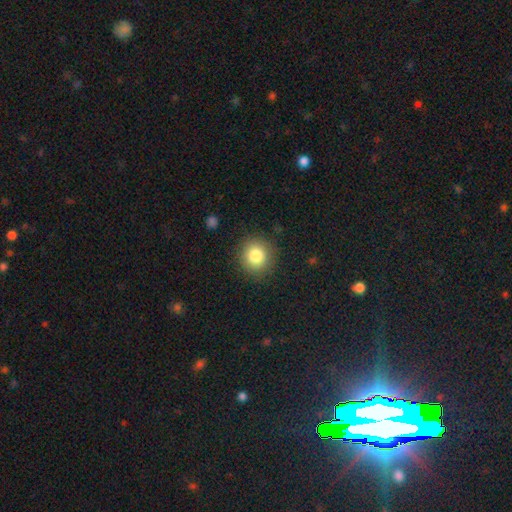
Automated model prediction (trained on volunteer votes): Q: Smooth or featured?
A: smooth (83%); runner-up: star or artifact (10%)
Q: How rounded?
A: round (89%); runner-up: in between (10%)
Q: Merging?
A: none (88%); runner-up: minor disturbance (8%)